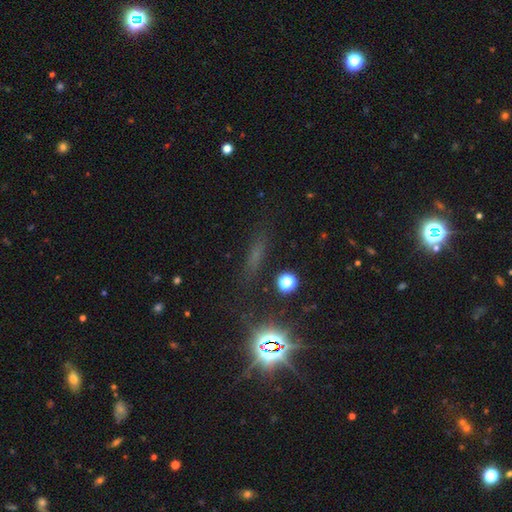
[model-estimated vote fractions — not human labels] Smooth or featured: star or artifact — 44% (smooth — 37%)